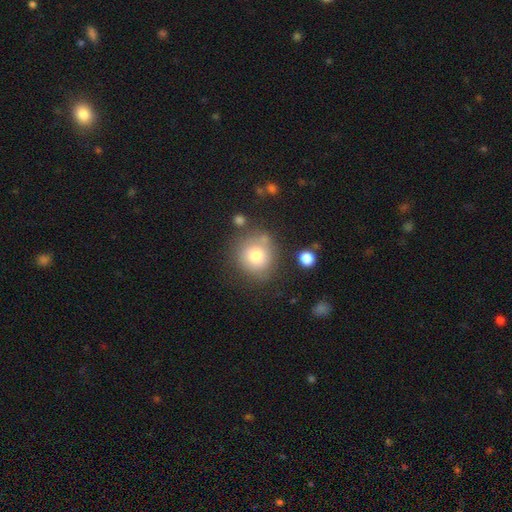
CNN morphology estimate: smooth-or-featured: smooth: 77% | featured or disk: 13% | star or artifact: 10%
  how-rounded: round: 87% | in between: 12% | cigar-shaped: 1%
  merging: none: 70% | minor disturbance: 16% | merger: 8% | major disturbance: 7%